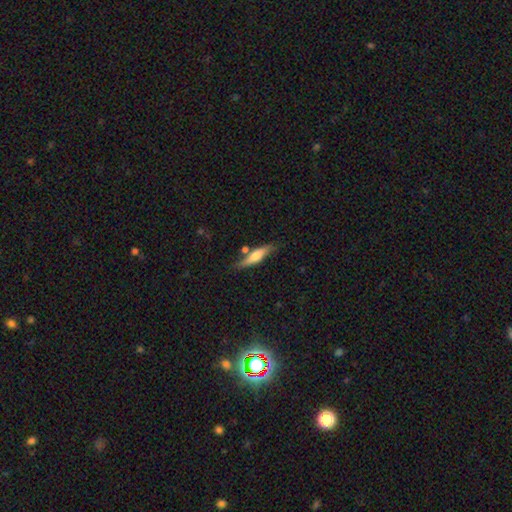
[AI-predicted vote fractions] Smooth or featured? smooth (50%)
How rounded? cigar-shaped (69%)
Merging? none (66%)